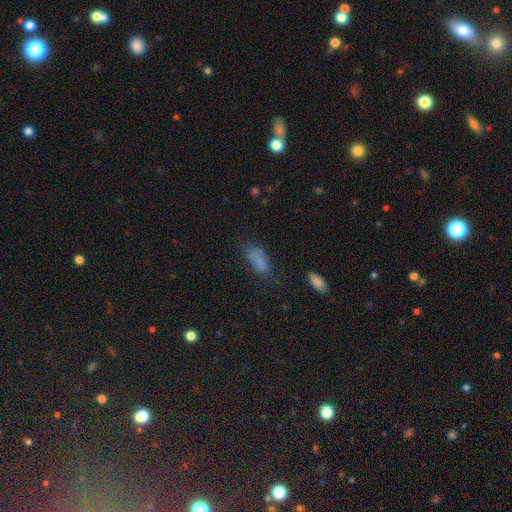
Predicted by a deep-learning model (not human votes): Smooth or featured? smooth (73%)
How rounded? in between (73%)
Merging? none (53%)